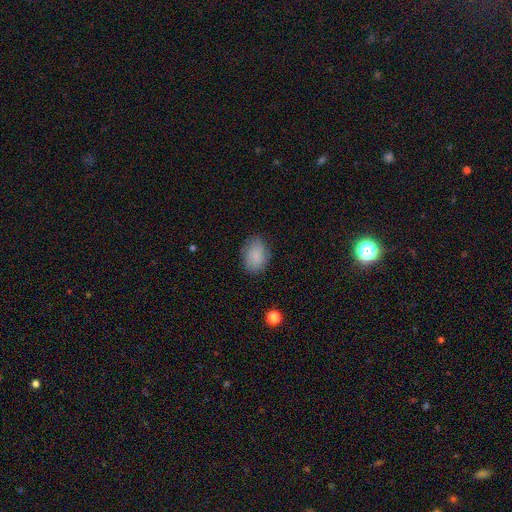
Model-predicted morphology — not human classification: A smooth galaxy with no disk features (85%) that is in between round and cigar-shaped (77%).

Vote fractions:
- Smooth or featured? smooth: 85% / star or artifact: 7% / featured or disk: 7%
- How rounded? in between: 77% / round: 22% / cigar-shaped: 1%
- Merging? none: 80% / minor disturbance: 15% / major disturbance: 4% / merger: 1%